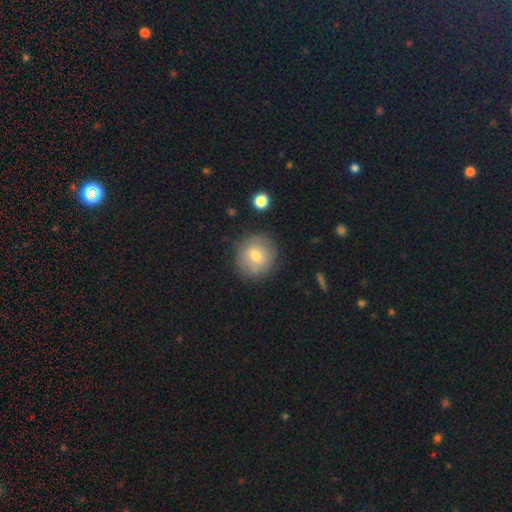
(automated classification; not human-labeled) Smooth or featured: smooth — 66% (featured or disk — 25%)
How rounded: round — 90% (in between — 9%)
Merging: none — 83% (minor disturbance — 12%)